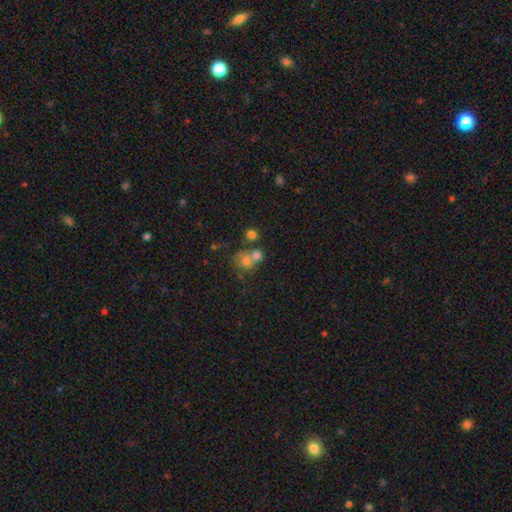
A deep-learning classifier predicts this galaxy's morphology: Q: Smooth or featured?
A: smooth (69%); runner-up: featured or disk (15%)
Q: How rounded?
A: round (72%); runner-up: in between (27%)
Q: Merging?
A: merger (47%); runner-up: none (37%)